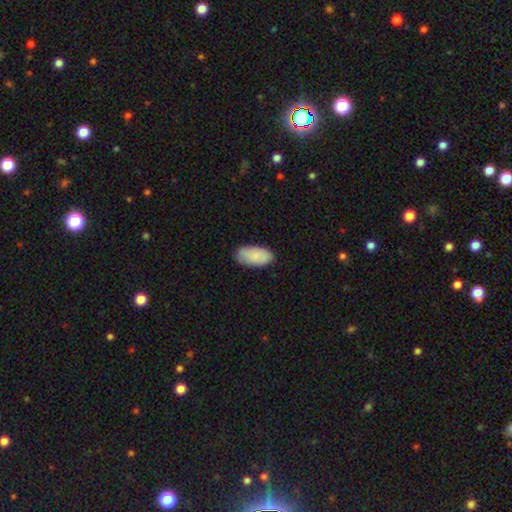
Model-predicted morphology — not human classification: smooth 86%, featured or disk 8%, star or artifact 6%. Down the decision tree: how rounded — in between (95%); merging — none (83%).